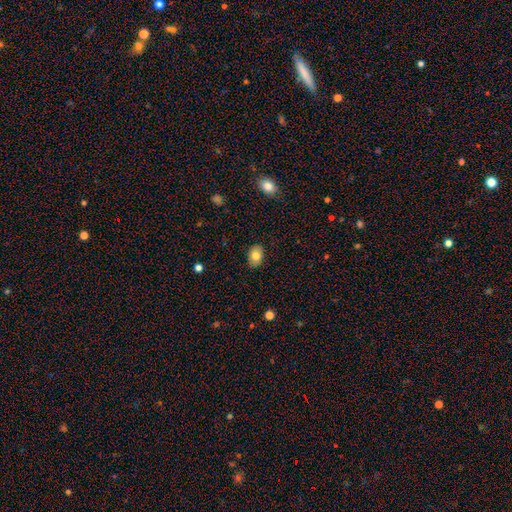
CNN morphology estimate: A smooth galaxy with no disk features (80%) that is in between round and cigar-shaped (73%). Merging: none (86%).